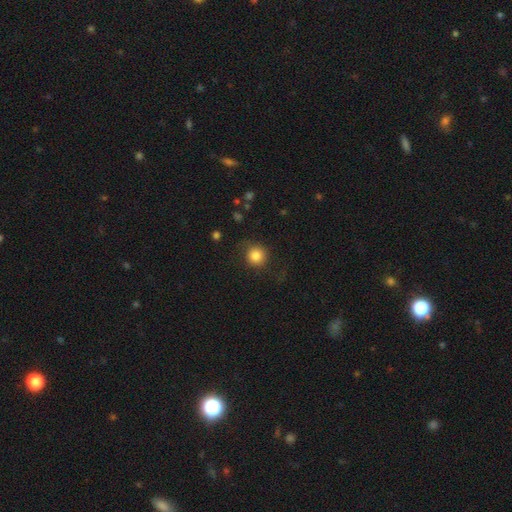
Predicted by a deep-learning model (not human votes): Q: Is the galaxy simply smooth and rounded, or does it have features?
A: smooth — 83%.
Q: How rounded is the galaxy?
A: round — 92%.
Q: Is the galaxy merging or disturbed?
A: none — 78%.